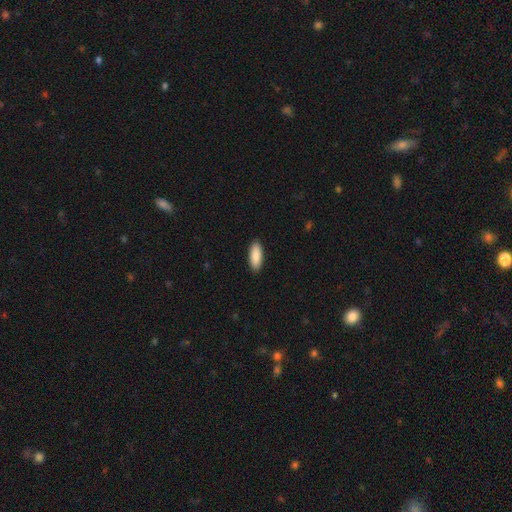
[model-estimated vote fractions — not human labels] This appears to be a smooth galaxy with no disk features (89%) that is in between round and cigar-shaped (72%). Merging: none (91%).